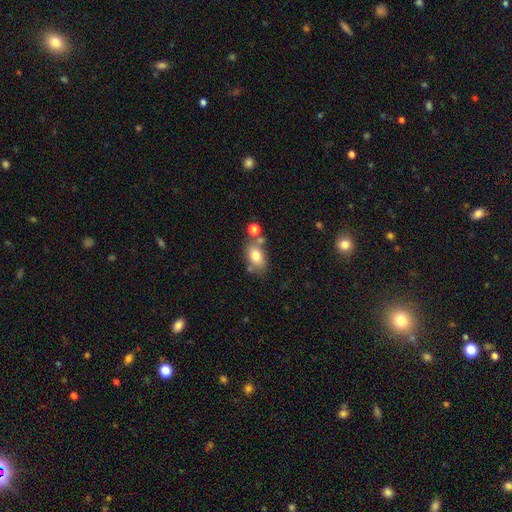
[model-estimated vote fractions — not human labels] Morphology: type=smooth (75%); roundness=in between (83%); merging=none (61%).